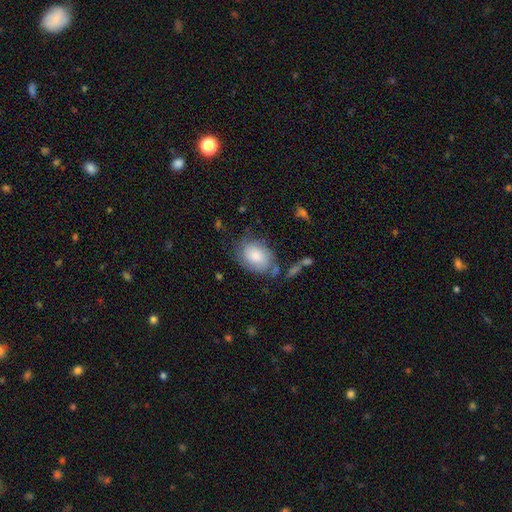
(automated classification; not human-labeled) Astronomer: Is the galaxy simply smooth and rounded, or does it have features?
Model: smooth — 64%.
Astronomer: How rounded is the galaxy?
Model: in between — 71%.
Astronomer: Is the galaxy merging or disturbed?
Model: none — 56%.